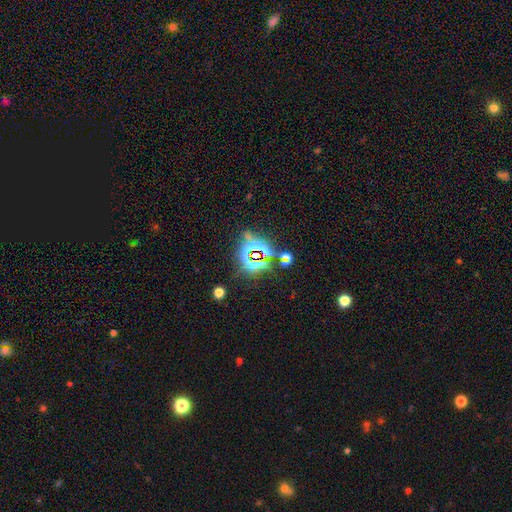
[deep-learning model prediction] The model was most divided on "smooth or featured": star or artifact: 77%, smooth: 14%, featured or disk: 9%.